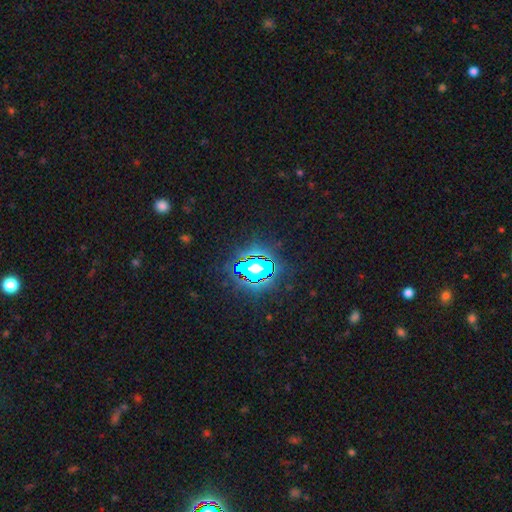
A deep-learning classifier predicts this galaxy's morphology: The model was most divided on "smooth or featured": star or artifact: 75%, smooth: 14%, featured or disk: 10%.